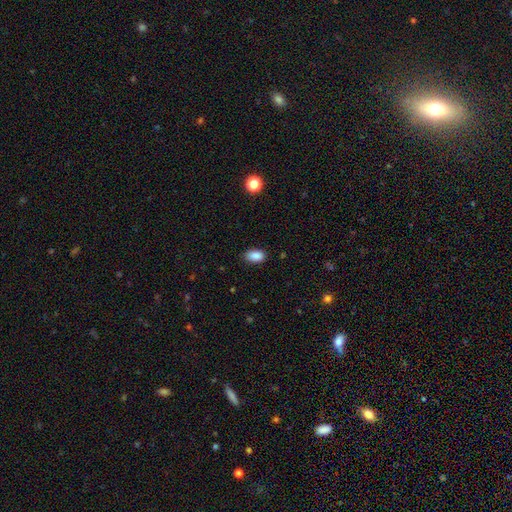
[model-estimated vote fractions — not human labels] A smooth galaxy with no disk features (88%) that is in between round and cigar-shaped (91%). Merging: none (85%).